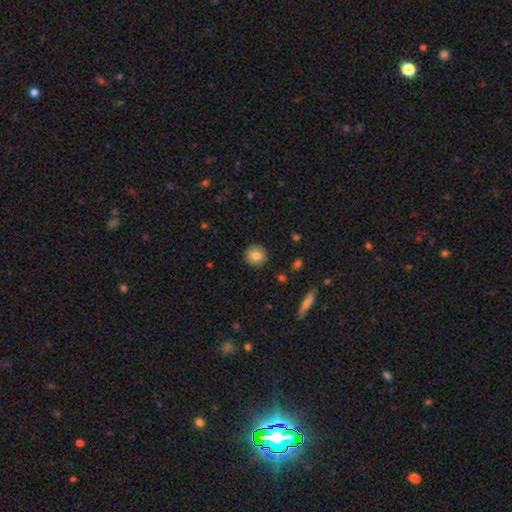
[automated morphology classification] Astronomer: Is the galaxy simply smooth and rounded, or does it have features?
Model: smooth — 82%.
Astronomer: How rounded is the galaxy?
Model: round — 91%.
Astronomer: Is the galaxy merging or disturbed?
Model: none — 91%.